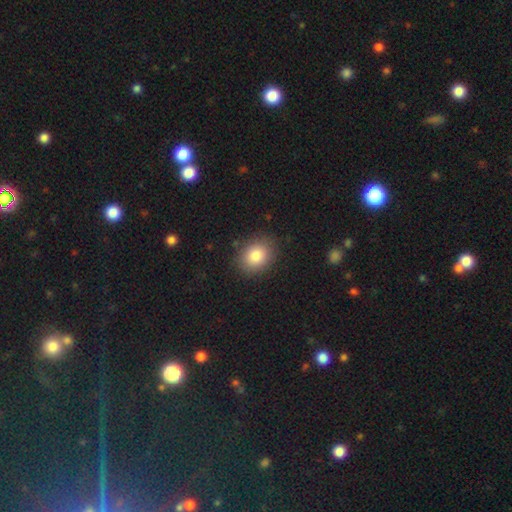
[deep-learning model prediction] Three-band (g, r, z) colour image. It shows a smooth galaxy with no disk features (83%) that is in between round and cigar-shaped (50%). Merging: none (86%).